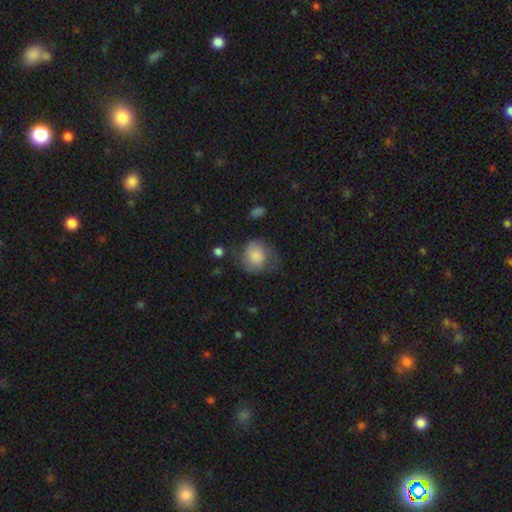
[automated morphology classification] Overall: smooth (71%). How rounded: round (78%). Merging: none (56%; minor disturbance 27%).